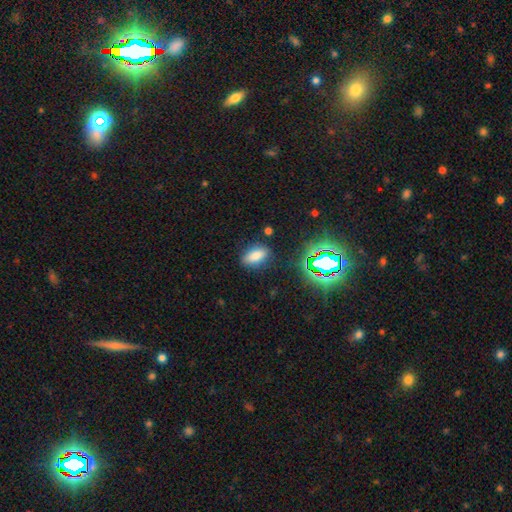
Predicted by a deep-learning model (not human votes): Smooth or featured: smooth — 76% (star or artifact — 16%)
How rounded: in between — 85% (cigar-shaped — 8%)
Merging: none — 82% (minor disturbance — 12%)